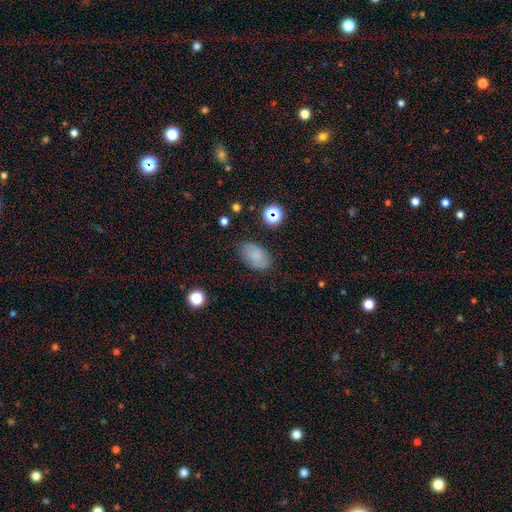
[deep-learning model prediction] smooth-or-featured: smooth: 77% | featured or disk: 12% | star or artifact: 11%
  how-rounded: in between: 89% | round: 10% | cigar-shaped: 1%
  merging: none: 80% | minor disturbance: 14% | major disturbance: 4% | merger: 2%